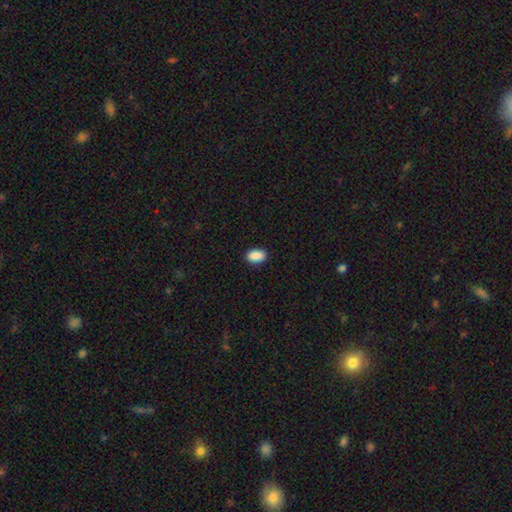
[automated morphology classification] type=smooth (90%); roundness=in between (91%); merging=none (89%).